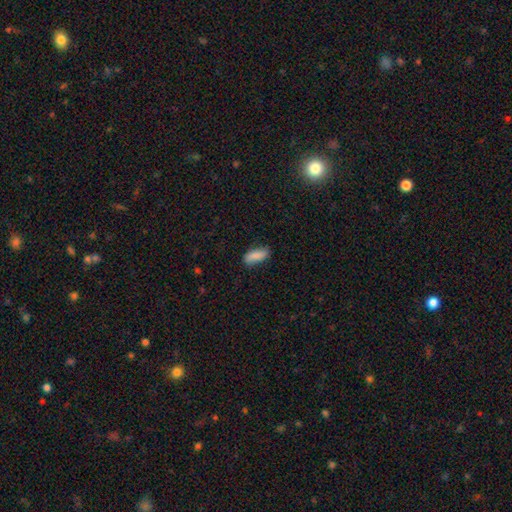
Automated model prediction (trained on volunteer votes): Q: Smooth or featured?
A: smooth (84%); runner-up: featured or disk (9%)
Q: How rounded?
A: in between (76%); runner-up: cigar-shaped (22%)
Q: Merging?
A: none (78%); runner-up: minor disturbance (17%)